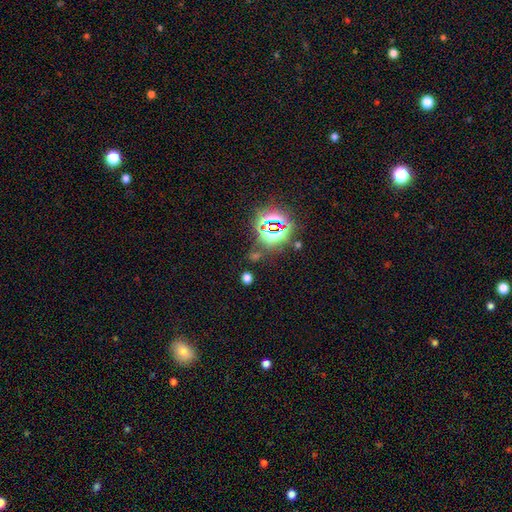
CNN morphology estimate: The model was most divided on "smooth or featured": star or artifact: 68%, smooth: 24%, featured or disk: 8%.